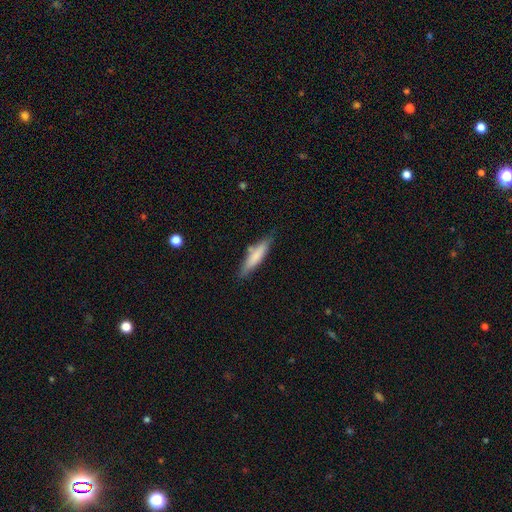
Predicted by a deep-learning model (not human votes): Smooth or featured? smooth (73%)
How rounded? cigar-shaped (78%)
Merging? none (73%)